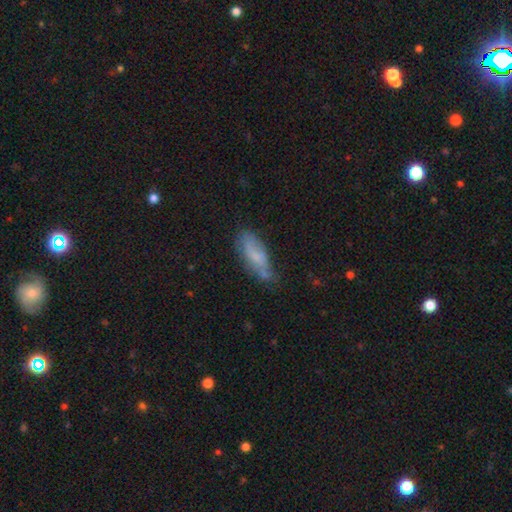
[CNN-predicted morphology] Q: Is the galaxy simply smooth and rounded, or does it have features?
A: smooth — 64%.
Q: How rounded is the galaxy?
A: in between — 64%.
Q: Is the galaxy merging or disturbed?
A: none — 52%.